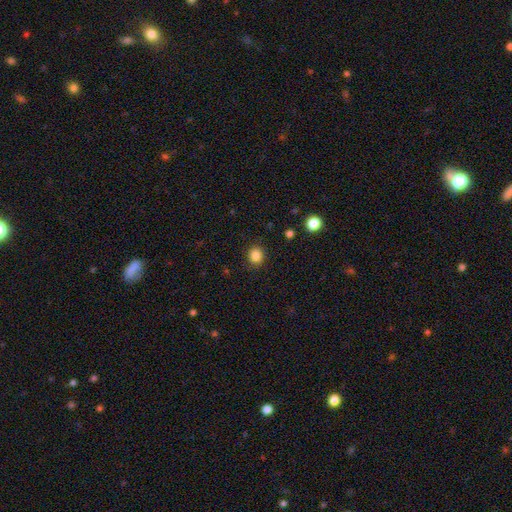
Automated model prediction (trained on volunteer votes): A smooth galaxy with no disk features (85%) that is round (82%). Merging: none (90%).